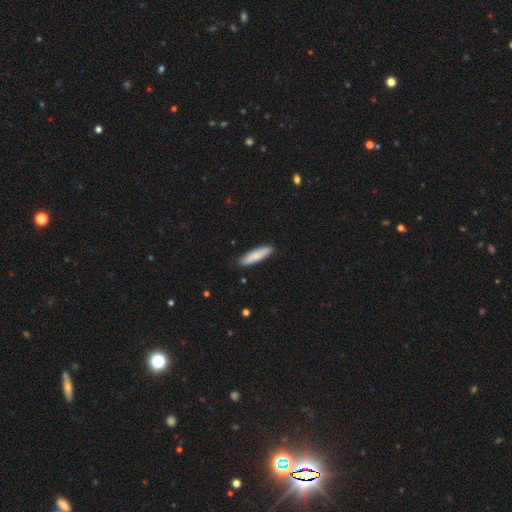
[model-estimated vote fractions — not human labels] Smooth or featured?
  - smooth: 82% *
  - featured or disk: 12%
  - star or artifact: 5%
How rounded?
  - cigar-shaped: 71% *
  - in between: 27%
  - round: 1%
Merging?
  - none: 89% *
  - minor disturbance: 8%
  - major disturbance: 1%
  - merger: 1%